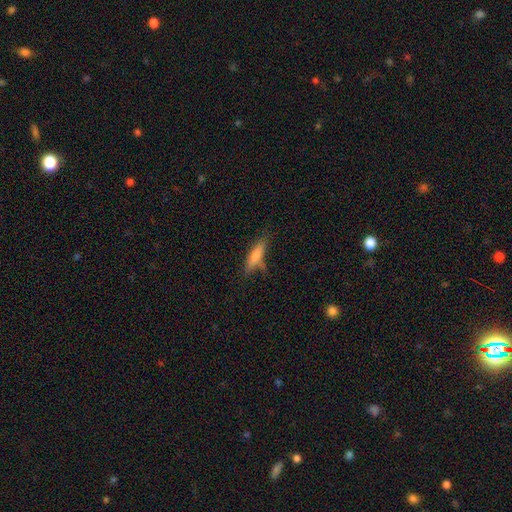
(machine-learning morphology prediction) smooth 60%, featured or disk 31%, star or artifact 9%. Down the decision tree: how rounded — cigar-shaped (79%); merging — none (73%).